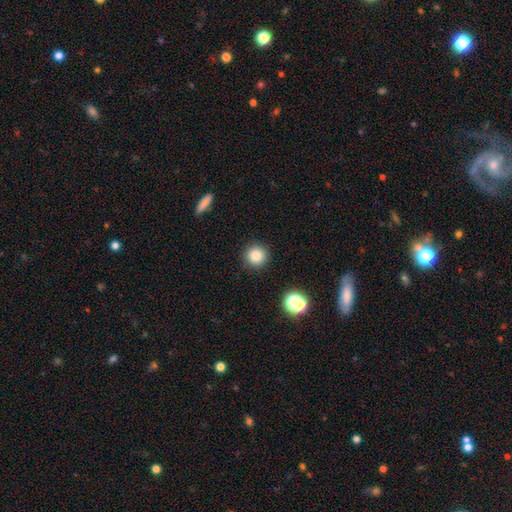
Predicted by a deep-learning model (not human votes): This appears to be a smooth galaxy with no disk features (82%) that is round (95%). Merging: none (90%).